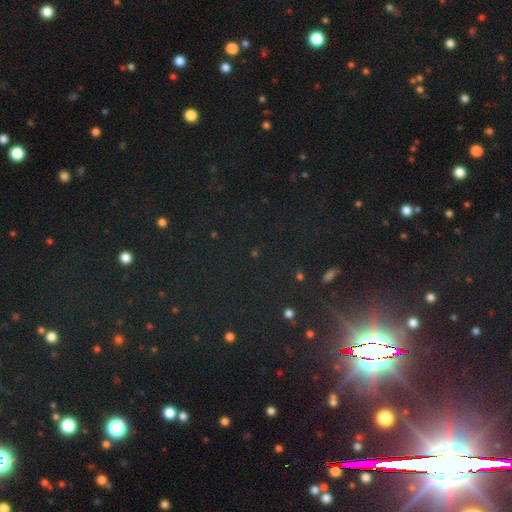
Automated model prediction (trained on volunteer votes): This is clearly a star or artifact rather than a galaxy (83%).